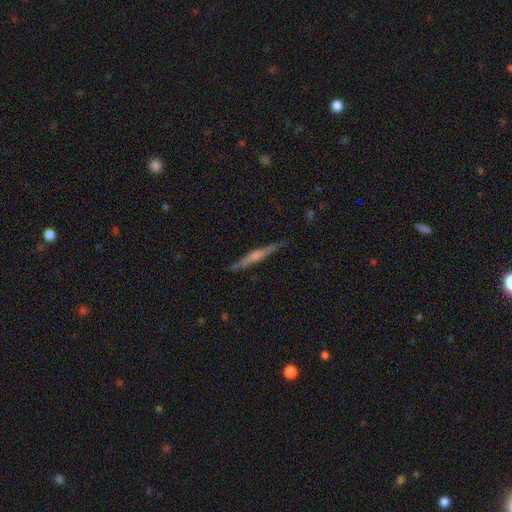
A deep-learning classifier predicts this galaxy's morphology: featured or disk 75%, smooth 17%, star or artifact 8%. Down the decision tree: edge-on disk — yes (97%); edge-on bulge — rounded (78%); merging — none (90%).